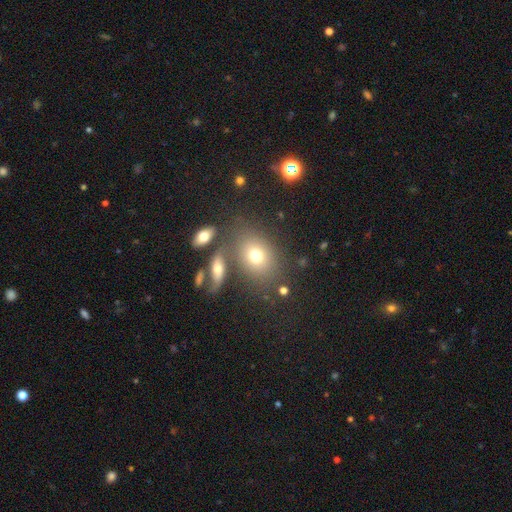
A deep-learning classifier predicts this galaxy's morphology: Smooth or featured?
  - smooth: 72% *
  - featured or disk: 15%
  - star or artifact: 13%
How rounded?
  - in between: 53% *
  - round: 46%
  - cigar-shaped: 2%
Merging?
  - none: 67% *
  - merger: 13%
  - minor disturbance: 13%
  - major disturbance: 7%